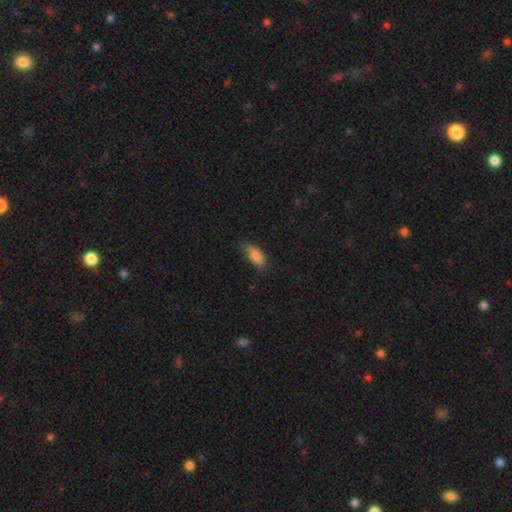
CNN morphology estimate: smooth_or_featured: smooth (p=0.85) [alt: featured or disk p=0.08]
how_rounded: in between (p=0.83) [alt: cigar-shaped p=0.15]
merging: none (p=0.68) [alt: minor disturbance p=0.26]